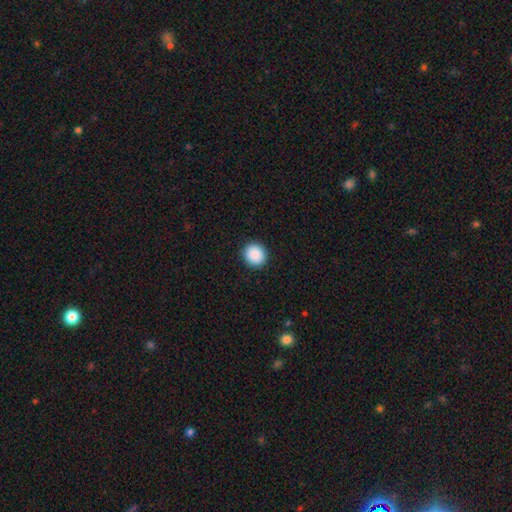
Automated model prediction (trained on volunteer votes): Overall: smooth (90%). How rounded: round (89%). Merging: none (93%).